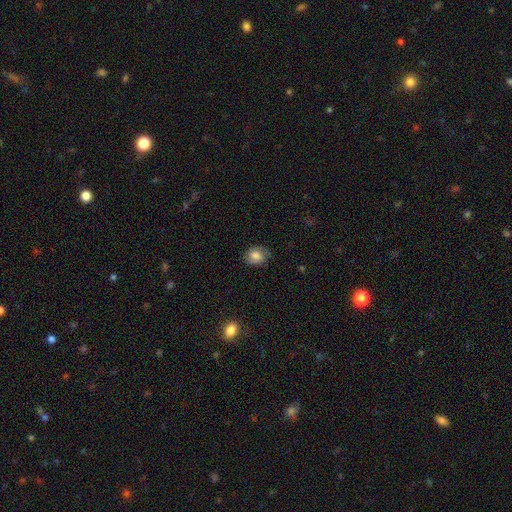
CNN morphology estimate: type=smooth (75%); roundness=round (50%); merging=none (78%).